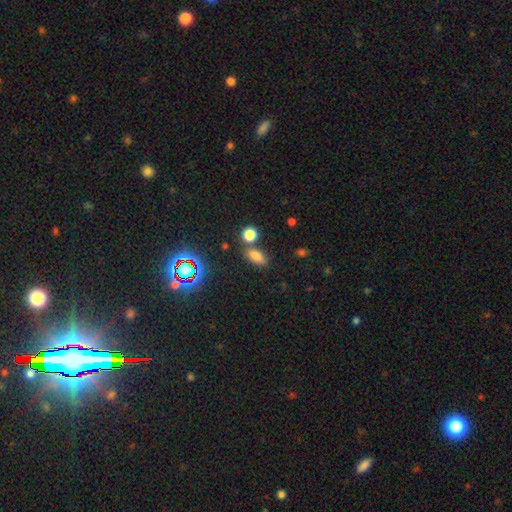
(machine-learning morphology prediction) Smooth or featured? smooth (74%)
How rounded? in between (81%)
Merging? none (70%)